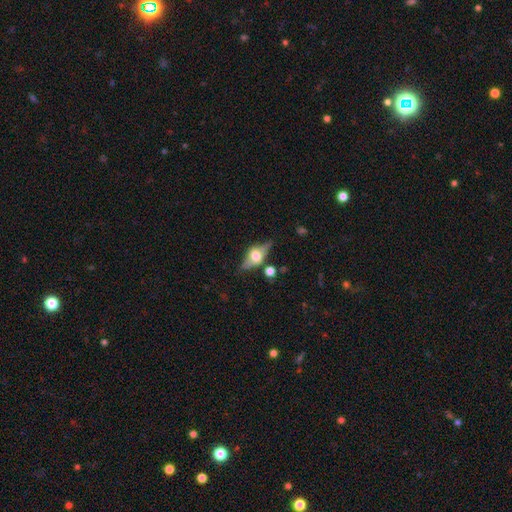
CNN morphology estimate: type=featured or disk (66%); edge-on=yes (90%); edge-on bulge=rounded (94%); merging=none (73%).